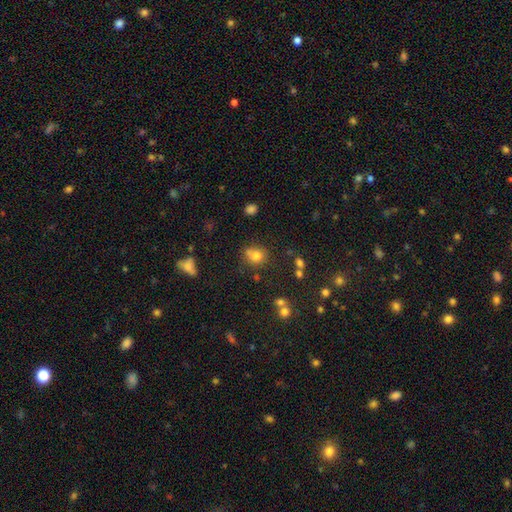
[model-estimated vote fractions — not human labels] Morphology: type=smooth (77%); roundness=round (71%); merging=none (59%).